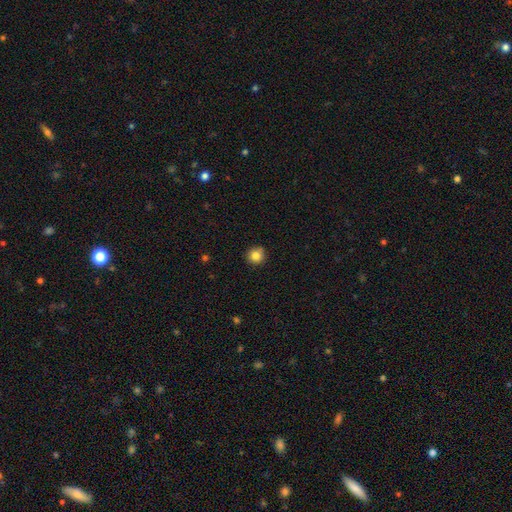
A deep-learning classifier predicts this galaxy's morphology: Overall: smooth (83%). How rounded: round (93%). Merging: none (86%).